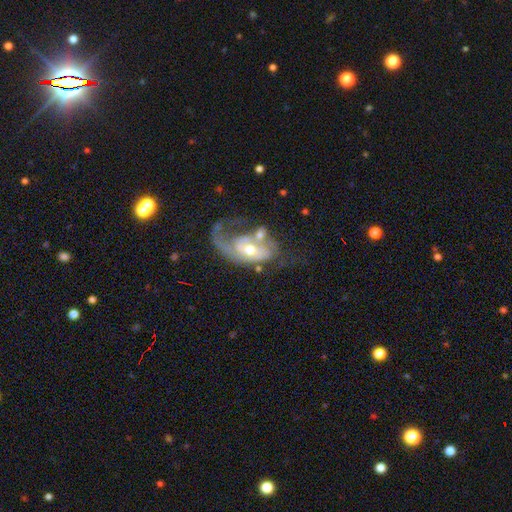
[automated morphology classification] Smooth or featured? featured or disk (79%)
Edge-on disk? no (96%)
Bar? no (64%)
Spiral arms? yes (83%)
Spiral winding? loose (44%)
Spiral arm count? 1 (50%)
Bulge size? moderate (67%)
Merging? major disturbance (42%)